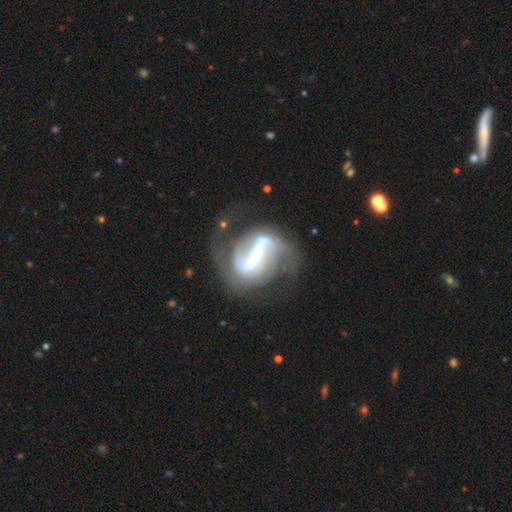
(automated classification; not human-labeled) Smooth or featured: featured or disk — 88% (smooth — 6%)
Edge-on disk: no — 95% (yes — 5%)
Bar: strong — 71% (weak — 23%)
Spiral arms: yes — 93% (no — 7%)
Spiral winding: medium — 43% (loose — 36%)
Spiral arm count: 2 — 81% (can't tell — 7%)
Bulge size: moderate — 45% (small — 43%)
Merging: none — 58% (major disturbance — 20%)